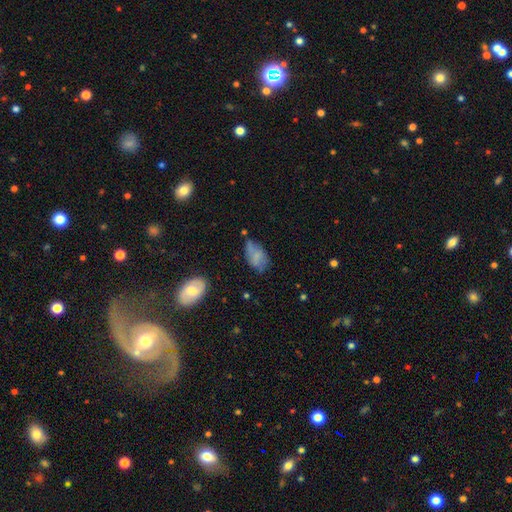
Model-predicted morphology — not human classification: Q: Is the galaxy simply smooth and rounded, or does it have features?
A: smooth — 64%.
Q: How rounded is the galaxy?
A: in between — 92%.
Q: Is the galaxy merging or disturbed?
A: none — 49%.